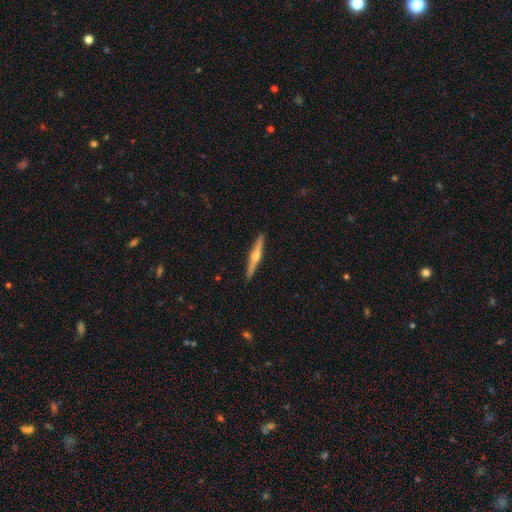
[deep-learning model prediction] Overall: featured or disk (74%). Edge-on disk: yes (98%). Edge-on bulge: rounded (92%). Merging: none (92%).